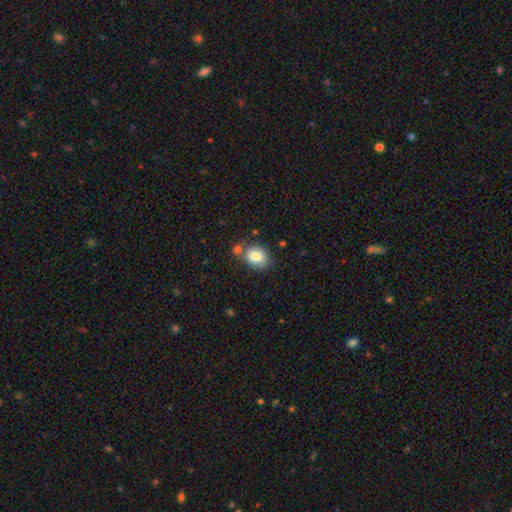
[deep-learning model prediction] A smooth galaxy with no disk features (82%) that is in between round and cigar-shaped (60%).

Vote fractions:
- Smooth or featured? smooth: 82% / featured or disk: 10% / star or artifact: 8%
- How rounded? in between: 60% / round: 39% / cigar-shaped: 1%
- Merging? none: 64% / merger: 17% / minor disturbance: 16% / major disturbance: 4%